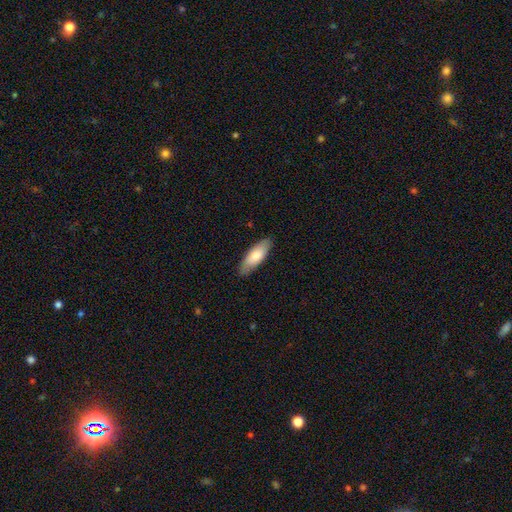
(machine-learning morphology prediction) Q: Smooth or featured?
A: smooth (79%); runner-up: featured or disk (16%)
Q: How rounded?
A: in between (64%); runner-up: cigar-shaped (34%)
Q: Merging?
A: none (86%); runner-up: minor disturbance (11%)